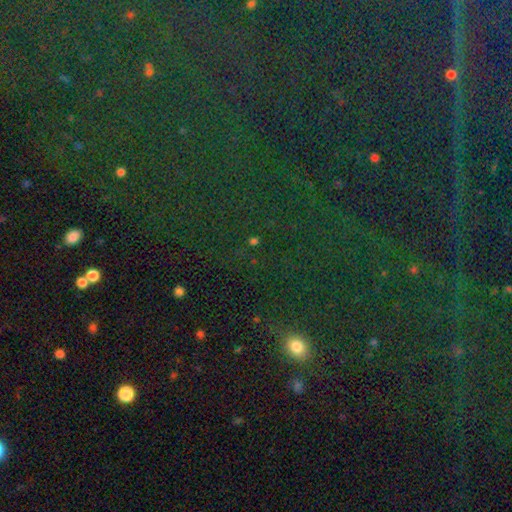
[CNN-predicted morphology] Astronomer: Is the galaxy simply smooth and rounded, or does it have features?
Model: star or artifact — 68%.